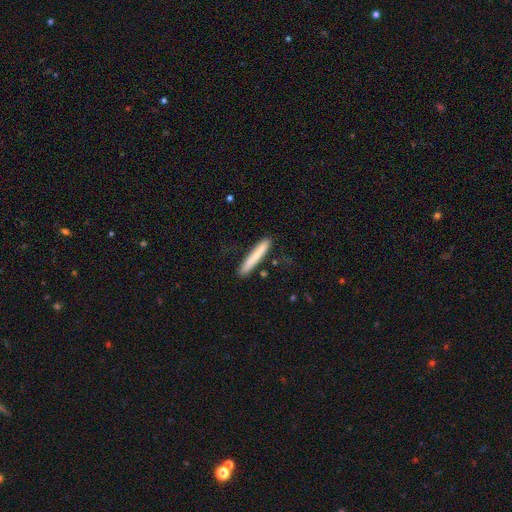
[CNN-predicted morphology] A smooth galaxy with no disk features (76%) that is cigar-shaped (96%). Merging: none (86%).